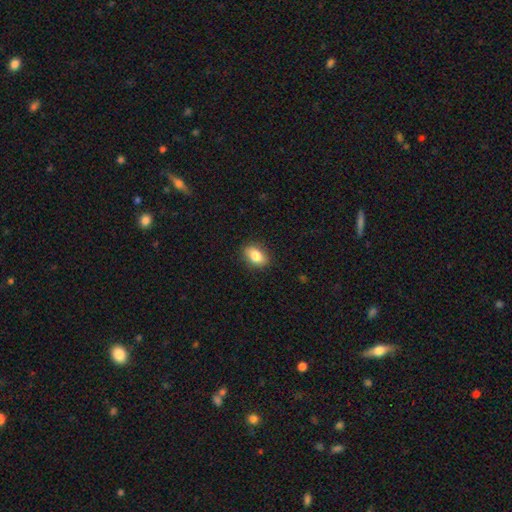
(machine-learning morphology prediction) This appears to be a smooth galaxy with no disk features (84%) that is in between round and cigar-shaped (84%). Merging: none (87%).